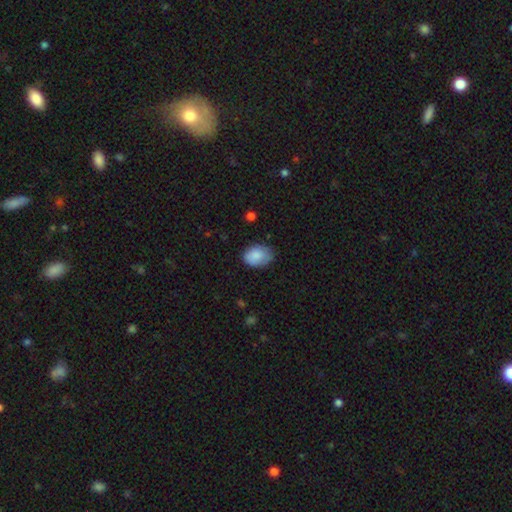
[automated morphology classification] Smooth or featured? Predicted: smooth (p=0.84). How rounded? Predicted: in between (p=0.75). Merging? Predicted: none (p=0.69).